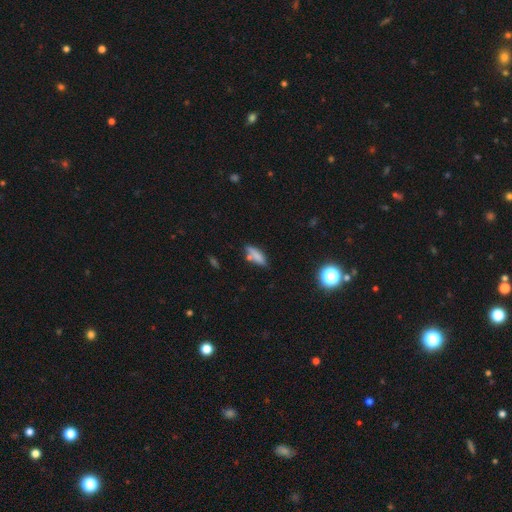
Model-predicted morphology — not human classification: Overall: smooth (74%). How rounded: in between (53%; cigar-shaped 44%). Merging: none (58%; minor disturbance 21%).